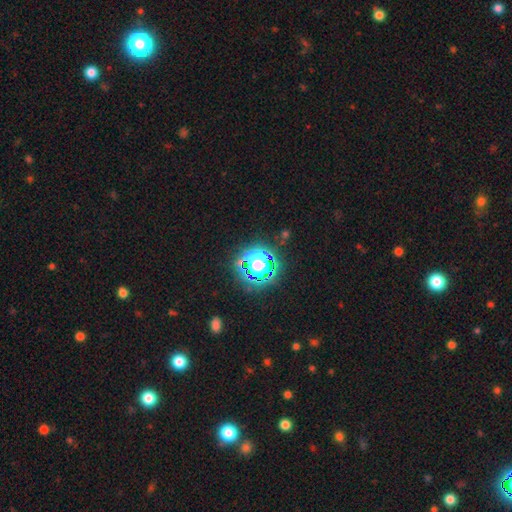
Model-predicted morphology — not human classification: A star or artifact, not a galaxy (54%).

Vote fractions:
- Smooth or featured? star or artifact: 54% / smooth: 33% / featured or disk: 13%